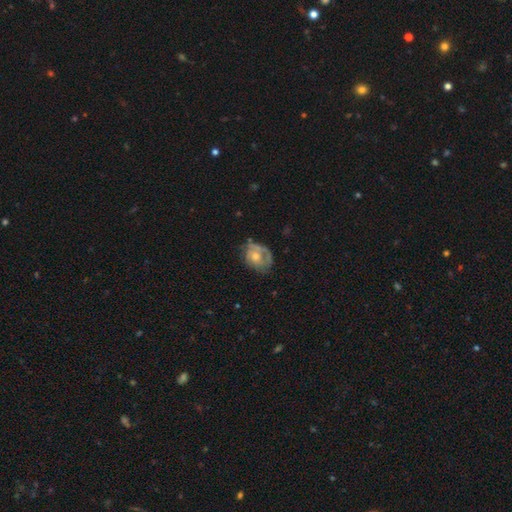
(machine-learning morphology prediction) smooth-or-featured: featured or disk: 53% | smooth: 40% | star or artifact: 7%
  disk-edge-on: no: 96% | yes: 4%
    bar: no: 83% | weak: 15% | strong: 2%
    has-spiral-arms: no: 53% | yes: 47%
    bulge-size: moderate: 58% | small: 32% | large: 5% | none: 4% | dominant: 1%
  merging: none: 46% | minor disturbance: 30% | major disturbance: 21% | merger: 3%